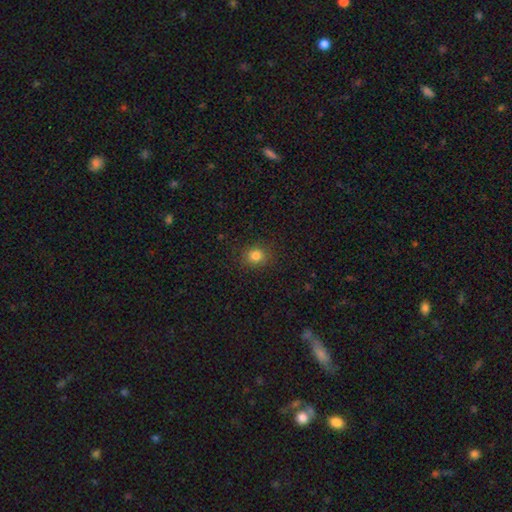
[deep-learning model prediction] Q: Smooth or featured?
A: smooth (83%); runner-up: star or artifact (12%)
Q: How rounded?
A: round (79%); runner-up: in between (20%)
Q: Merging?
A: none (88%); runner-up: minor disturbance (8%)